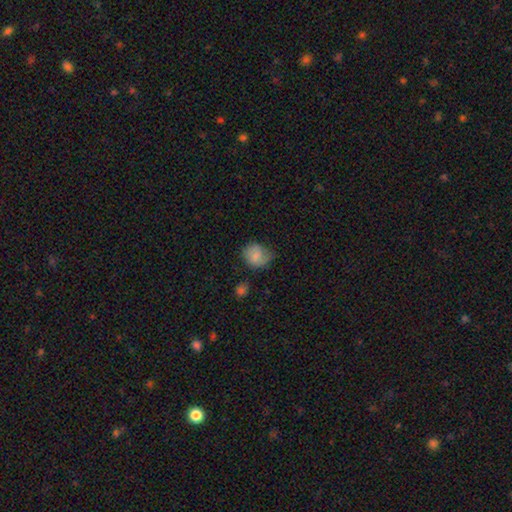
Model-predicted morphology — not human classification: A smooth galaxy with no disk features (79%) that is round (66%).

Vote fractions:
- Smooth or featured? smooth: 79% / featured or disk: 12% / star or artifact: 8%
- How rounded? round: 66% / in between: 33% / cigar-shaped: 1%
- Merging? none: 50% / minor disturbance: 36% / major disturbance: 11% / merger: 3%